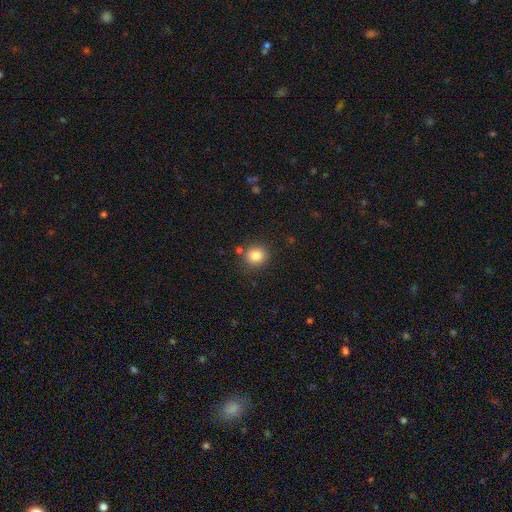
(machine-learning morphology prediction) smooth_or_featured: smooth (p=0.83) [alt: star or artifact p=0.11]
how_rounded: round (p=0.81) [alt: in between p=0.18]
merging: none (p=0.82) [alt: minor disturbance p=0.10]